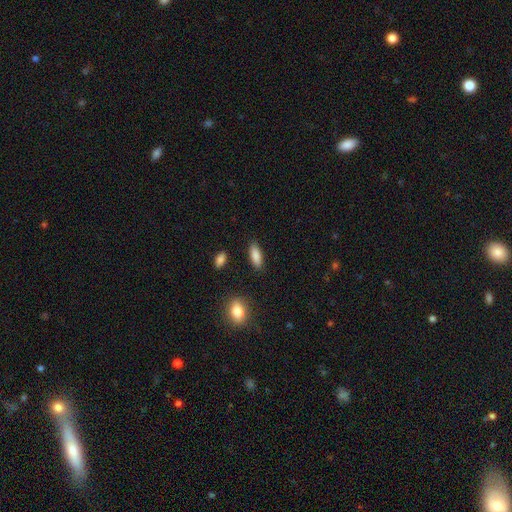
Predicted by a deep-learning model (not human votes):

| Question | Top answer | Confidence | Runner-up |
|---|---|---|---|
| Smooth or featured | smooth | 87% | star or artifact (7%) |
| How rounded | in between | 74% | cigar-shaped (24%) |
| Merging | none | 86% | minor disturbance (9%) |